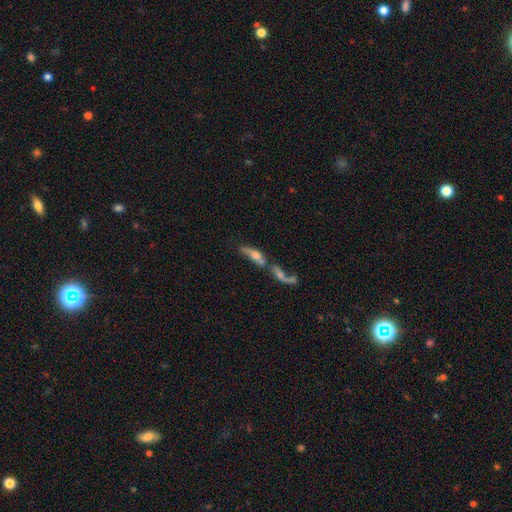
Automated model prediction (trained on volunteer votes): Smooth or featured? Predicted: featured or disk (p=0.52). Edge-on disk? Predicted: no (p=0.68). Merging? Predicted: merger (p=0.69).